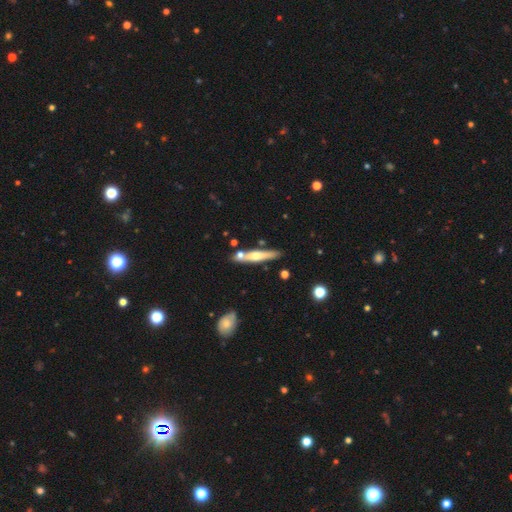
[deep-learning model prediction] Smooth or featured?
  - featured or disk: 49% *
  - smooth: 45%
  - star or artifact: 6%
Merging?
  - none: 74% *
  - minor disturbance: 12%
  - merger: 11%
  - major disturbance: 3%